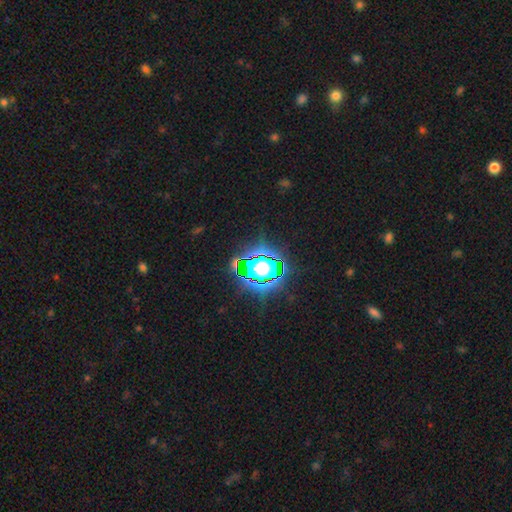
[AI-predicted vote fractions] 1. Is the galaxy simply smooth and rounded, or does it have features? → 79% star or artifact, 13% smooth, 8% featured or disk.